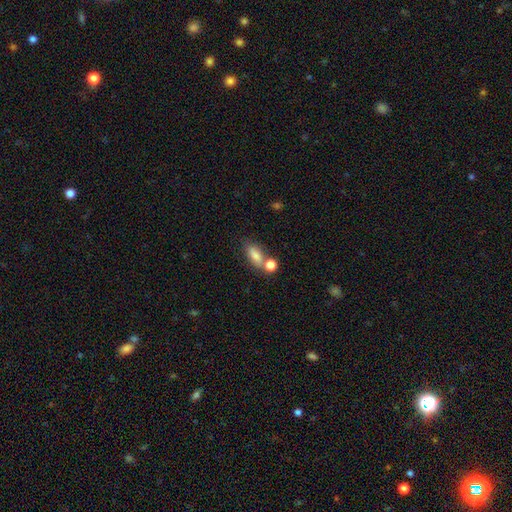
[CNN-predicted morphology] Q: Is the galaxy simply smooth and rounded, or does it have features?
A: smooth — 81%.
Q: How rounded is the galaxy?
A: in between — 78%.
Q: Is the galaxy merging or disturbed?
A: none — 50%.